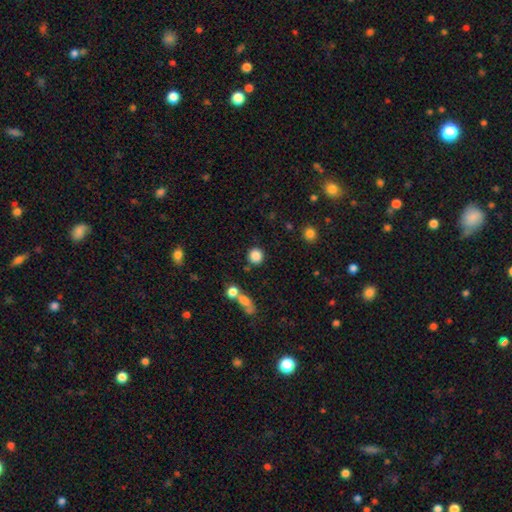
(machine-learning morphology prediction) Smooth or featured? Predicted: smooth (p=0.85). How rounded? Predicted: round (p=0.91). Merging? Predicted: none (p=0.83).